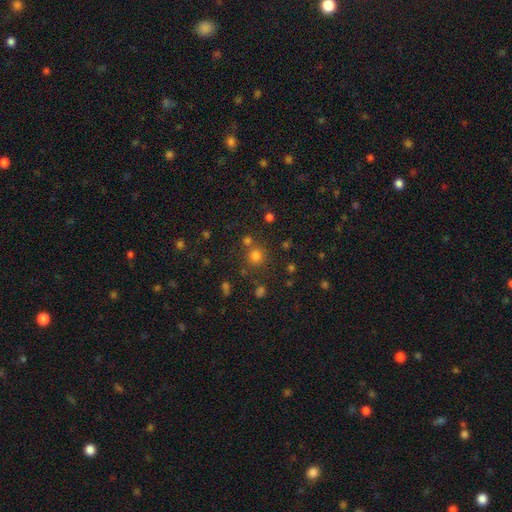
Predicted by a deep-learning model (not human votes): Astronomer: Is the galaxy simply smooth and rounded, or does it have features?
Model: smooth — 75%.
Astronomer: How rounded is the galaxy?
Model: round — 89%.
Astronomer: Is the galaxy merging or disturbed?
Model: none — 74%.